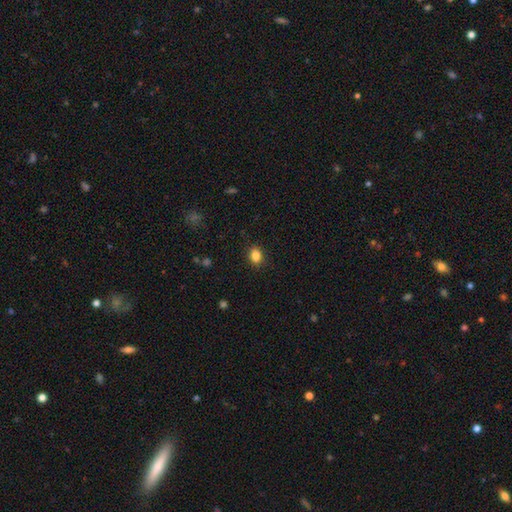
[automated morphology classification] This appears to be a smooth galaxy with no disk features (86%) that is in between round and cigar-shaped (65%). Merging: none (89%).